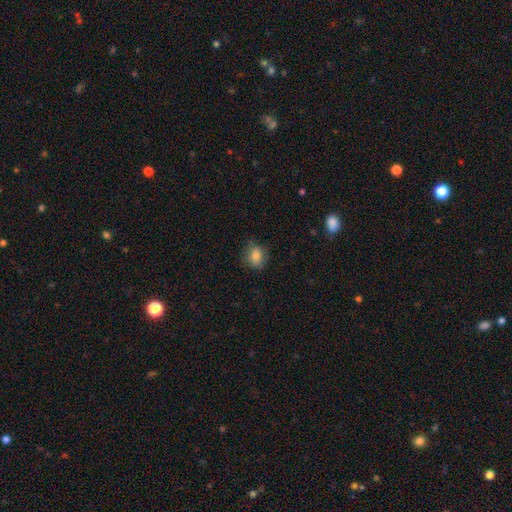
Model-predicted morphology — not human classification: A smooth galaxy with no disk features (82%) that is in between round and cigar-shaped (54%). Merging: none (76%).